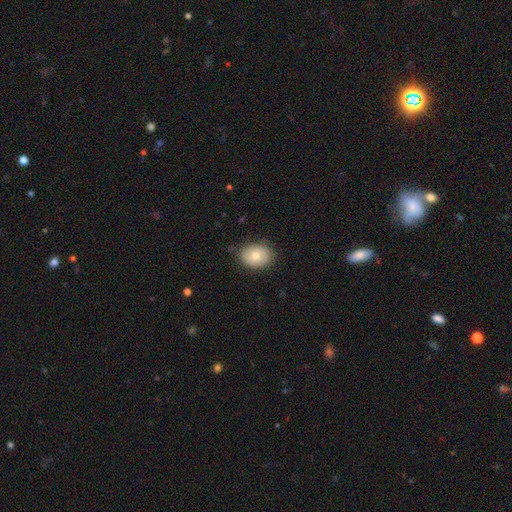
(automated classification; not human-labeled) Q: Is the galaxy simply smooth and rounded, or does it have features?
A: smooth — 76%.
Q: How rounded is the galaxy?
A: in between — 65%.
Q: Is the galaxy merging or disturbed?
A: none — 82%.